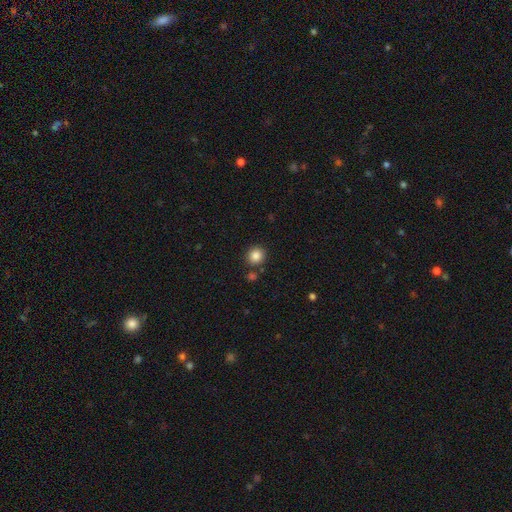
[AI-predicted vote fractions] smooth 86%, star or artifact 10%, featured or disk 4%. Down the decision tree: how rounded — round (89%); merging — none (83%).